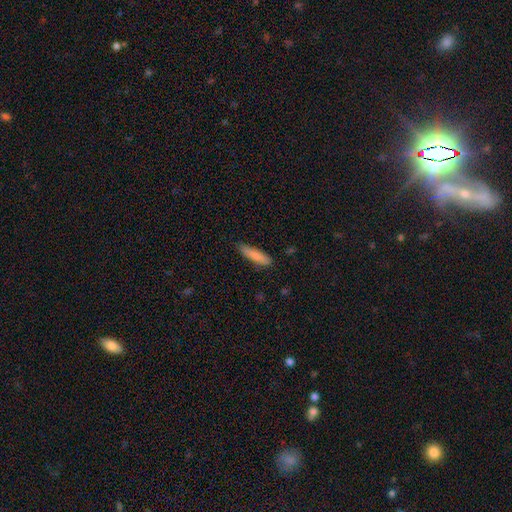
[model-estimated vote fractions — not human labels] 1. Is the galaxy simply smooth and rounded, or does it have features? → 84% smooth, 10% featured or disk, 6% star or artifact.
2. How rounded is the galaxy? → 75% cigar-shaped, 24% in between, 1% round.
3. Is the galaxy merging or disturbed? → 83% none, 14% minor disturbance, 2% major disturbance, 1% merger.